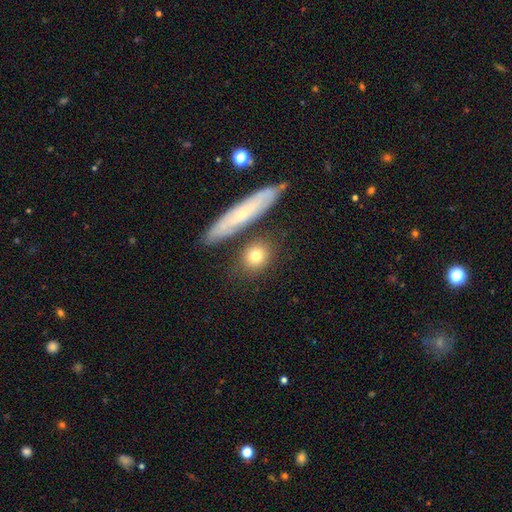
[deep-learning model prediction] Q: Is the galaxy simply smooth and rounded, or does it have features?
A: smooth — 76%.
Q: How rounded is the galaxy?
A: round — 72%.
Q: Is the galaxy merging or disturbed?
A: none — 77%.